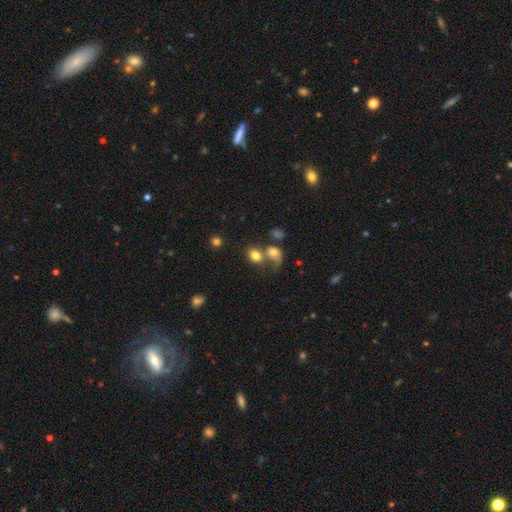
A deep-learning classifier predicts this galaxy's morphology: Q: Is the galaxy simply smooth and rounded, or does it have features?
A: smooth — 78%.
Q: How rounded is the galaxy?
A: round — 57%.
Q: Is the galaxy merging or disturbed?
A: merger — 44%.